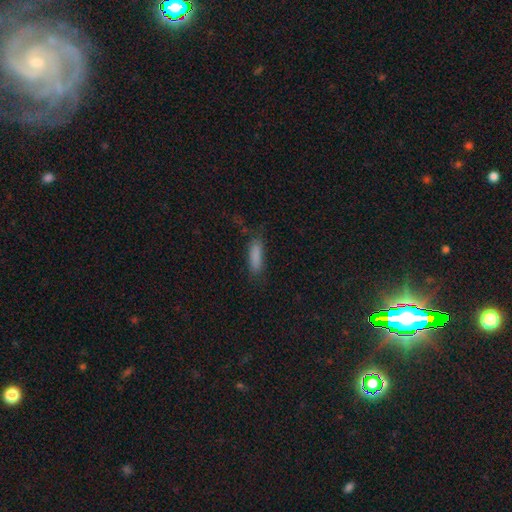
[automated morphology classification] Smooth or featured? smooth (84%)
How rounded? cigar-shaped (61%)
Merging? none (71%)